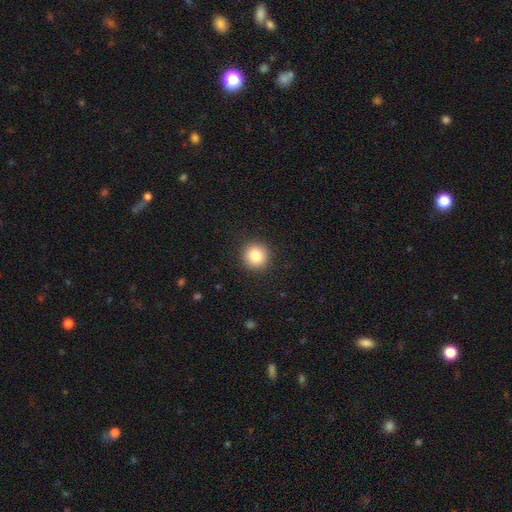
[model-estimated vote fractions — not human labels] Overall: smooth (84%). How rounded: round (94%). Merging: none (92%).